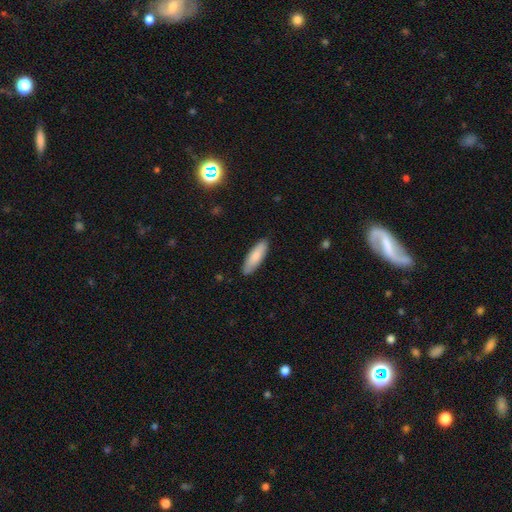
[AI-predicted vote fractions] Morphology: type=smooth (83%); roundness=cigar-shaped (54%); merging=none (88%).